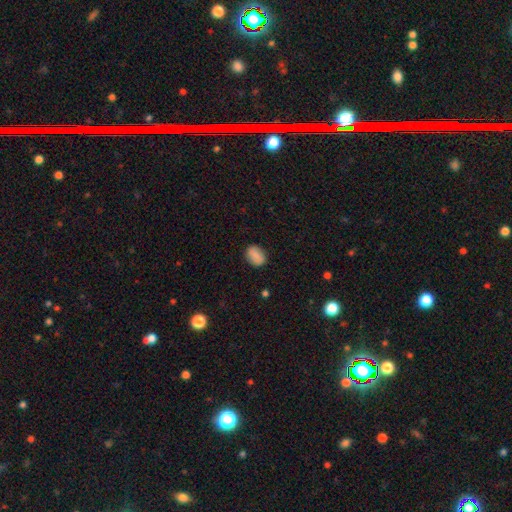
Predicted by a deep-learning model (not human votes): Overall: smooth (82%). How rounded: in between (71%). Merging: none (86%).